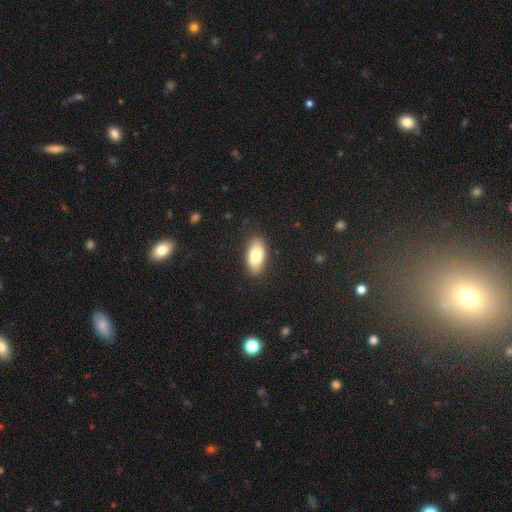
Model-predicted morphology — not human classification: Smooth or featured? Predicted: smooth (p=0.82). How rounded? Predicted: in between (p=0.92). Merging? Predicted: none (p=0.86).